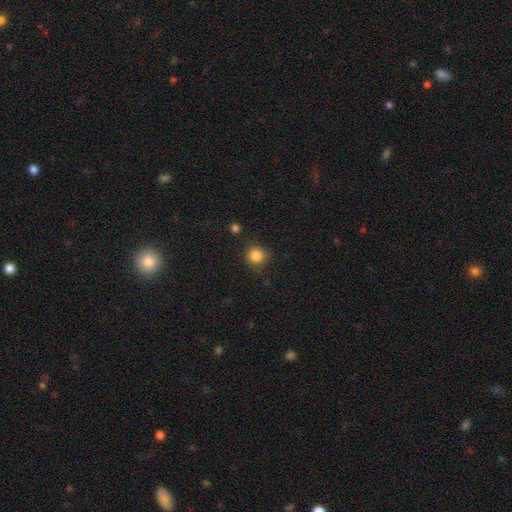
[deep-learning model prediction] Smooth or featured? Predicted: smooth (p=0.85). How rounded? Predicted: round (p=0.91). Merging? Predicted: none (p=0.84).